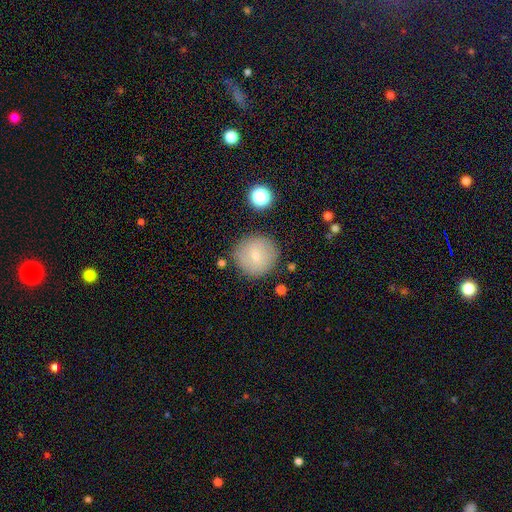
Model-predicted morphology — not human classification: Smooth or featured: smooth — 77% (featured or disk — 15%)
How rounded: round — 94% (in between — 5%)
Merging: none — 85% (minor disturbance — 9%)